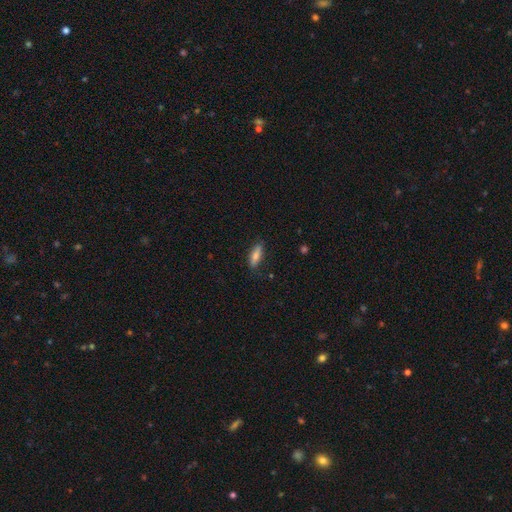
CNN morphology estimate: smooth-or-featured: smooth: 80% | featured or disk: 13% | star or artifact: 7%
  how-rounded: in between: 52% | cigar-shaped: 46% | round: 2%
  merging: none: 83% | minor disturbance: 13% | major disturbance: 3% | merger: 1%